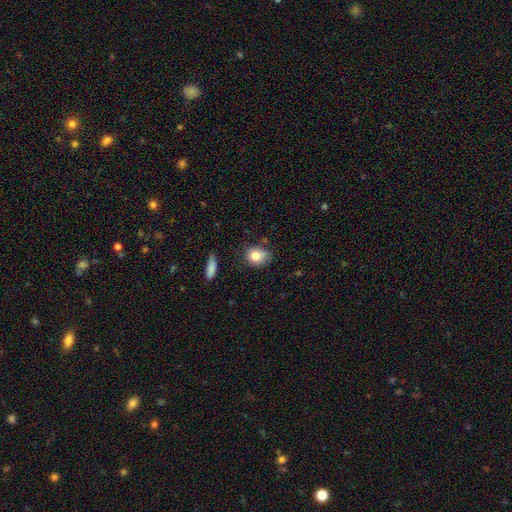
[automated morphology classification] A smooth galaxy with no disk features (81%) that is round (58%).

Vote fractions:
- Smooth or featured? smooth: 81% / featured or disk: 10% / star or artifact: 9%
- How rounded? round: 58% / in between: 41% / cigar-shaped: 2%
- Merging? none: 65% / minor disturbance: 25% / major disturbance: 6% / merger: 4%